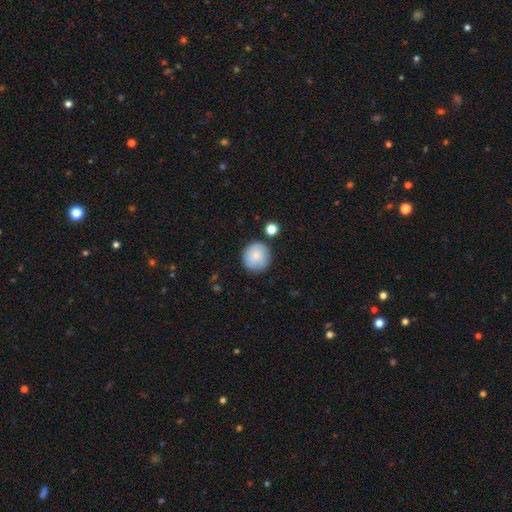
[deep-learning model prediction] The model was most divided on "merging": none: 82%, minor disturbance: 11%, merger: 4%, major disturbance: 3%. More confident: how rounded — round (92%); smooth or featured — smooth (82%).